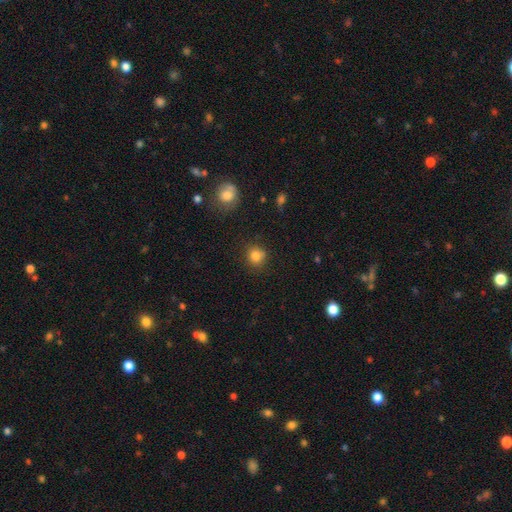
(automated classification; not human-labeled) Smooth or featured: smooth — 82% (star or artifact — 12%)
How rounded: round — 85% (in between — 14%)
Merging: none — 77% (minor disturbance — 14%)